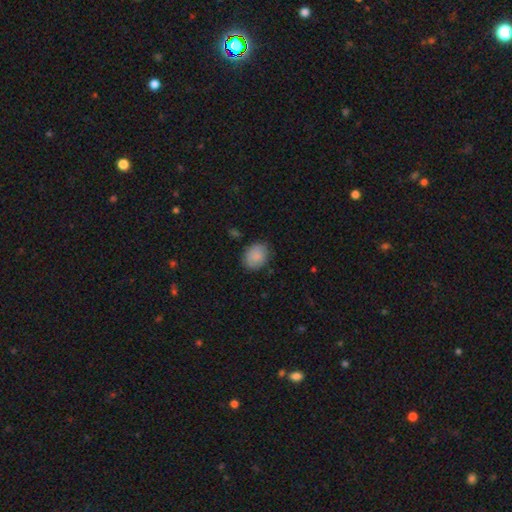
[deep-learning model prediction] Q: Smooth or featured?
A: smooth (87%); runner-up: star or artifact (7%)
Q: How rounded?
A: in between (54%); runner-up: round (45%)
Q: Merging?
A: none (82%); runner-up: minor disturbance (13%)